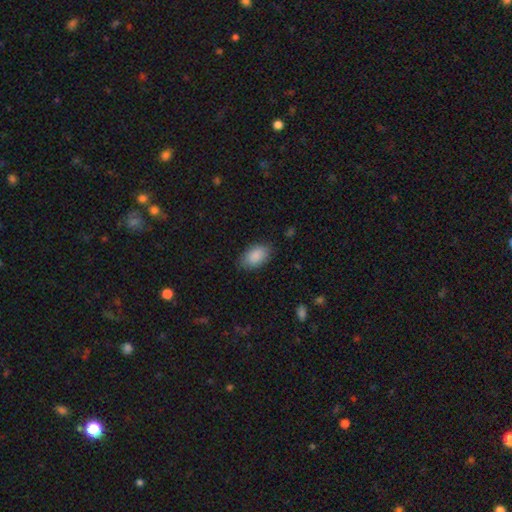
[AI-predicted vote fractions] Smooth or featured? Predicted: smooth (p=0.89). How rounded? Predicted: in between (p=0.92). Merging? Predicted: none (p=0.84).